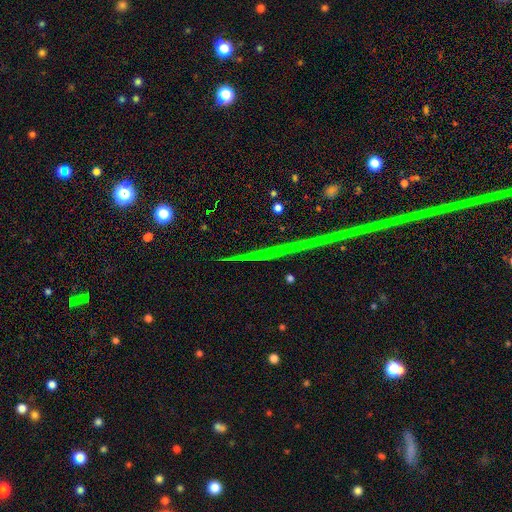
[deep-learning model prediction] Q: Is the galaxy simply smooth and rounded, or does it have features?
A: star or artifact — 84%.